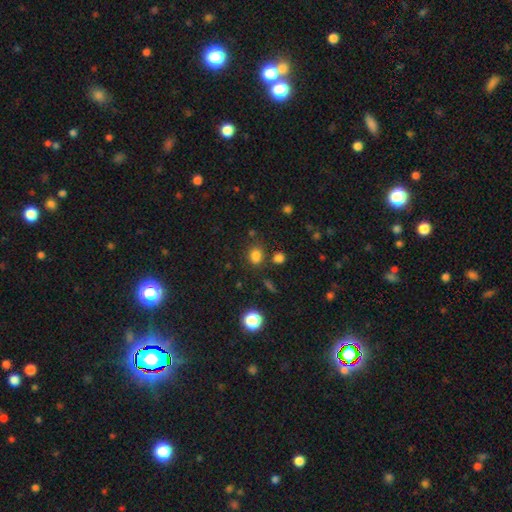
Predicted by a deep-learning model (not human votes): Smooth or featured? Predicted: smooth (p=0.80). How rounded? Predicted: round (p=0.56). Merging? Predicted: none (p=0.78).